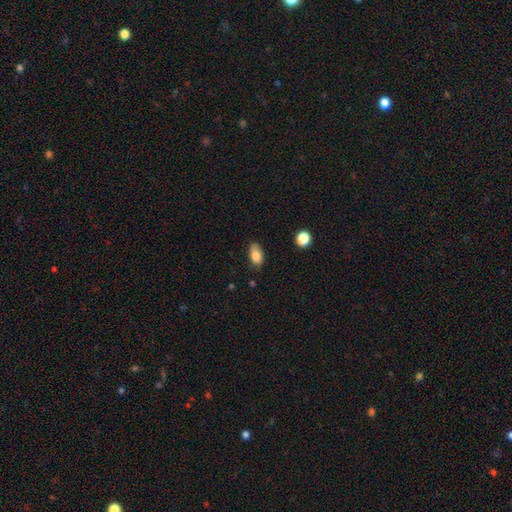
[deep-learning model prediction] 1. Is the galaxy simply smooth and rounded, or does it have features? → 82% smooth, 10% featured or disk, 8% star or artifact.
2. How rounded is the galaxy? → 90% in between, 7% round, 3% cigar-shaped.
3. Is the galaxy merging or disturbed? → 75% none, 20% minor disturbance, 3% major disturbance, 2% merger.